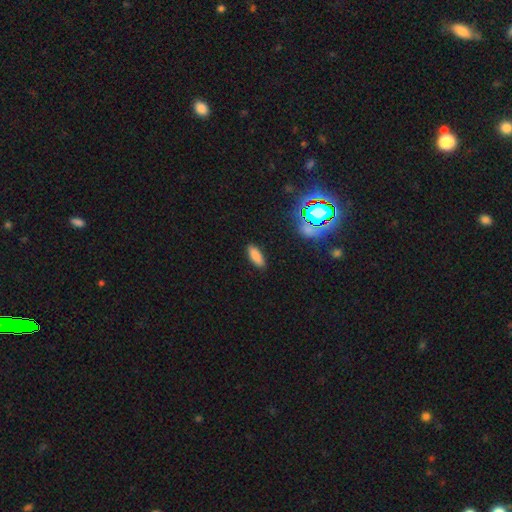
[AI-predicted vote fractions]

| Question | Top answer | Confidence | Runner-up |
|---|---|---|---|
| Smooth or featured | smooth | 82% | star or artifact (12%) |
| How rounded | in between | 71% | cigar-shaped (26%) |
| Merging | none | 88% | minor disturbance (9%) |